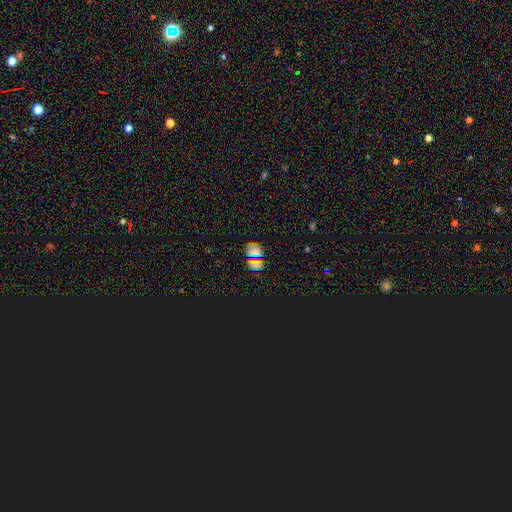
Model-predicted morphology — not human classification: smooth-or-featured: smooth: 49% | star or artifact: 41% | featured or disk: 9%
  merging: none: 58% | merger: 20% | minor disturbance: 14% | major disturbance: 8%